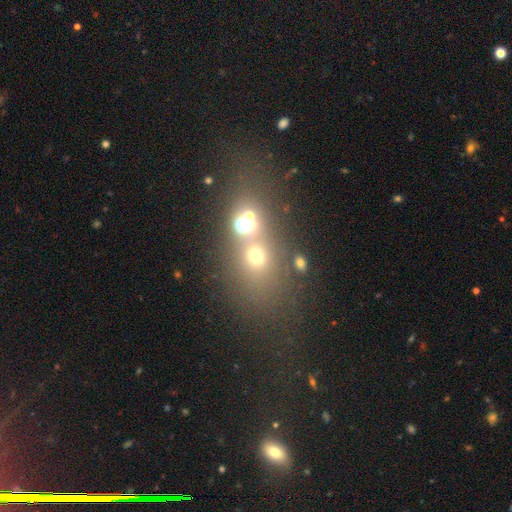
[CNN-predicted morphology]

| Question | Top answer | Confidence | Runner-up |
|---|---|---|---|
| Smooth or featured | smooth | 57% | star or artifact (28%) |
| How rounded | round | 53% | in between (45%) |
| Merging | none | 48% | merger (33%) |